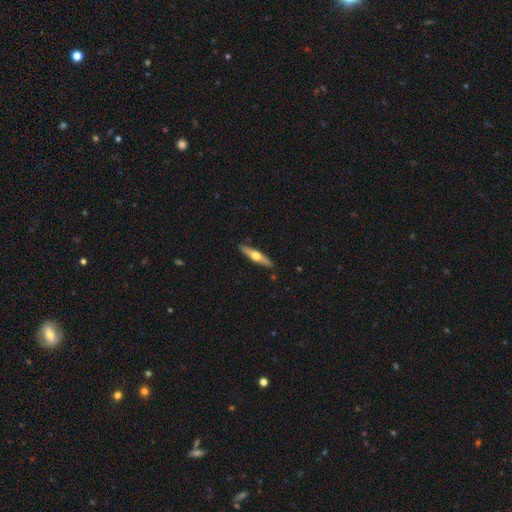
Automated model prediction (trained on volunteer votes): smooth_or_featured: featured or disk (p=0.60) [alt: smooth p=0.35]
disk_edge_on: yes (p=0.95) [alt: no p=0.05]
edge_on_bulge: rounded (p=0.95) [alt: none p=0.03]
merging: none (p=0.90) [alt: minor disturbance p=0.07]